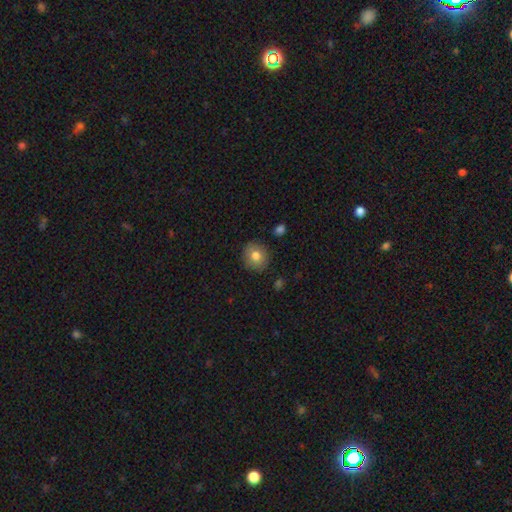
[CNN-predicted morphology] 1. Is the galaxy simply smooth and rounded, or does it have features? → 79% smooth, 12% featured or disk, 9% star or artifact.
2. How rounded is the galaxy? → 87% round, 12% in between, 1% cigar-shaped.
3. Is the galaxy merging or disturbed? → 88% none, 8% minor disturbance, 2% major disturbance, 2% merger.